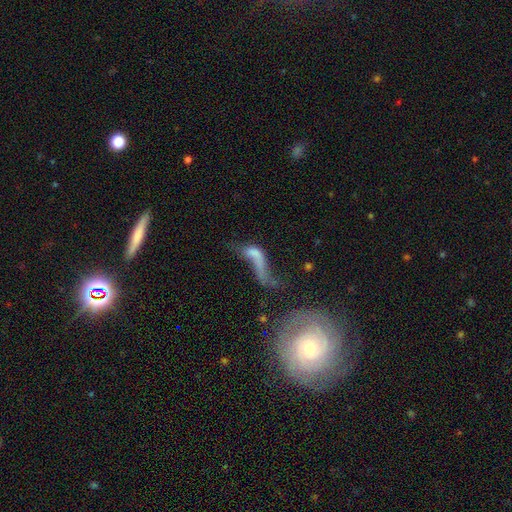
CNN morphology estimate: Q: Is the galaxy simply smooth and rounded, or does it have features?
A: smooth — 46%.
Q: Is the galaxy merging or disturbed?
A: major disturbance — 45%.